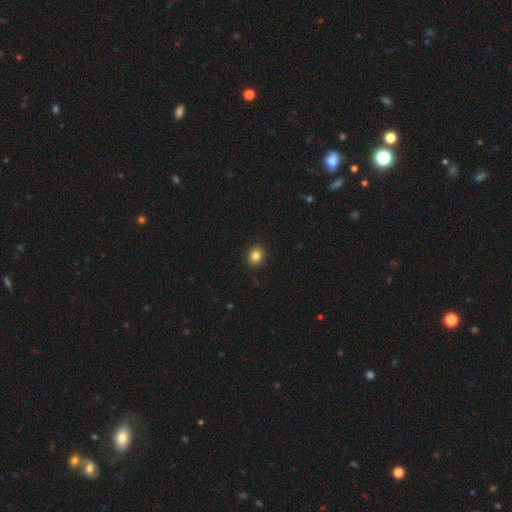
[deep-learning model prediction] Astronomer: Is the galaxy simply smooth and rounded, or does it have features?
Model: smooth — 84%.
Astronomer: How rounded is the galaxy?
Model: round — 72%.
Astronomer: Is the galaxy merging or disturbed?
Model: none — 91%.